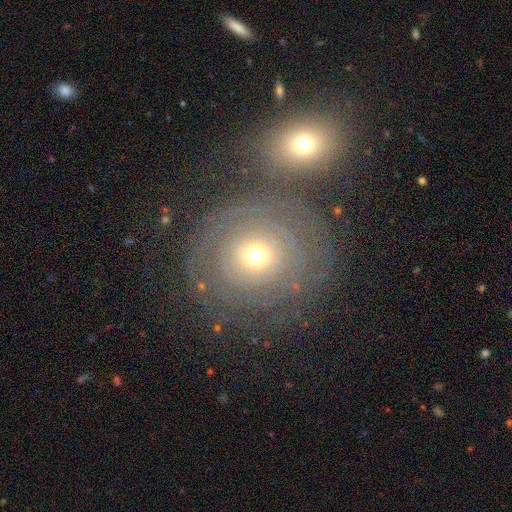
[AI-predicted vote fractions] Smooth or featured?
  - featured or disk: 64% *
  - smooth: 25%
  - star or artifact: 12%
Edge-on disk?
  - no: 96% *
  - yes: 4%
Bar?
  - no: 85% *
  - weak: 11%
  - strong: 4%
Spiral arms?
  - yes: 71% *
  - no: 29%
Bulge size?
  - small: 48% *
  - moderate: 44%
  - large: 5%
  - dominant: 2%
  - none: 1%
Merging?
  - none: 70% *
  - minor disturbance: 13%
  - major disturbance: 13%
  - merger: 4%